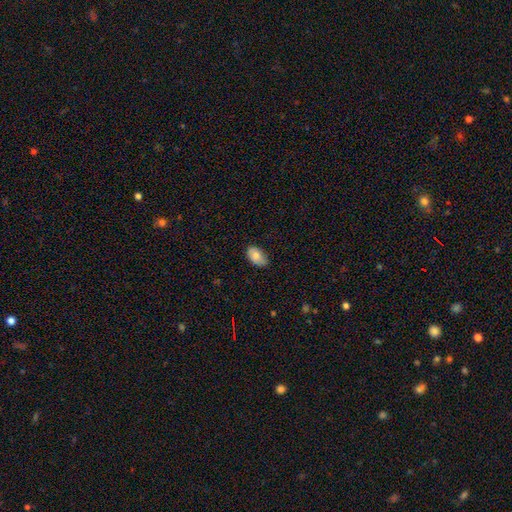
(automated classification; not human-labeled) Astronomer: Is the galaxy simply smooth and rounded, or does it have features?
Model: smooth — 80%.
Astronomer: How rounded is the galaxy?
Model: in between — 93%.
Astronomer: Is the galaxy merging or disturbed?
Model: none — 75%.